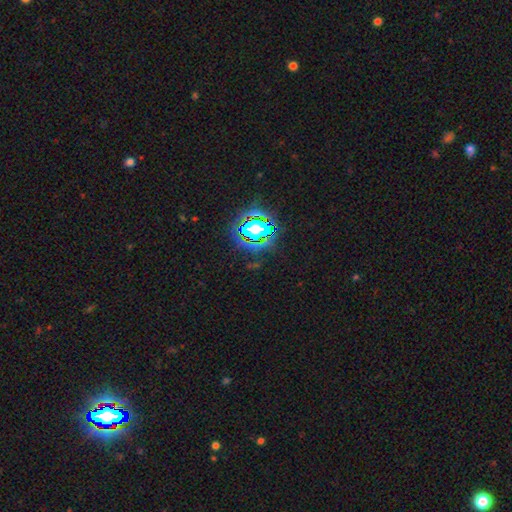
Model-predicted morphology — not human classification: Smooth or featured: star or artifact — 79% (smooth — 12%)